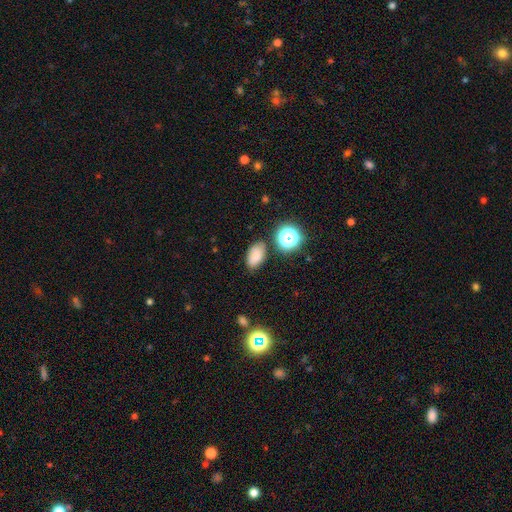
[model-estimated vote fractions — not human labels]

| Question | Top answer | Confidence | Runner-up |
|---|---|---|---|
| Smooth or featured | smooth | 78% | star or artifact (14%) |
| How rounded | in between | 87% | round (11%) |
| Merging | none | 77% | minor disturbance (15%) |